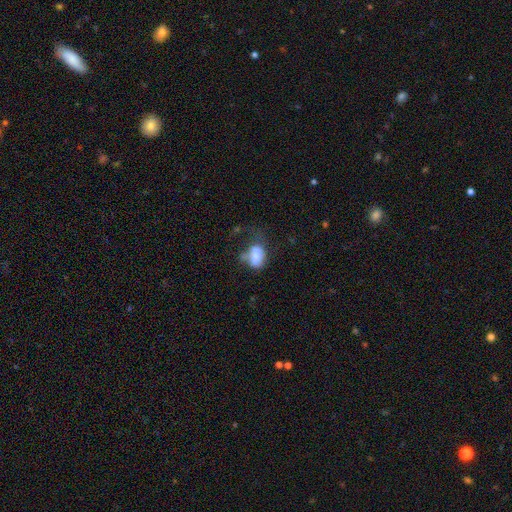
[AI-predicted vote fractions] Smooth or featured?
  - smooth: 66% *
  - featured or disk: 24%
  - star or artifact: 10%
How rounded?
  - in between: 79% *
  - round: 19%
  - cigar-shaped: 2%
Merging?
  - major disturbance: 33% *
  - minor disturbance: 26%
  - none: 24%
  - merger: 17%